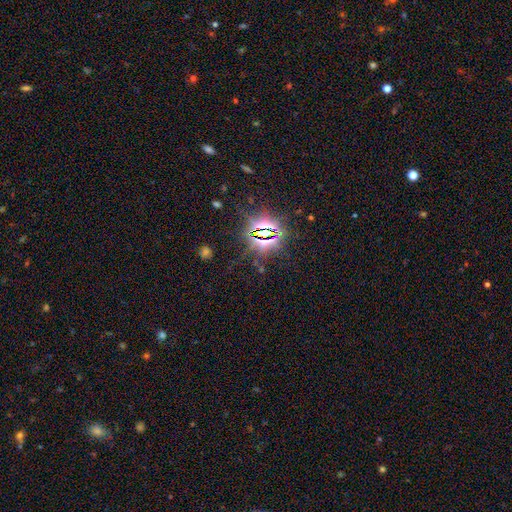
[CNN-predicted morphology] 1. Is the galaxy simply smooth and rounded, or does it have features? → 84% star or artifact, 9% smooth, 7% featured or disk.